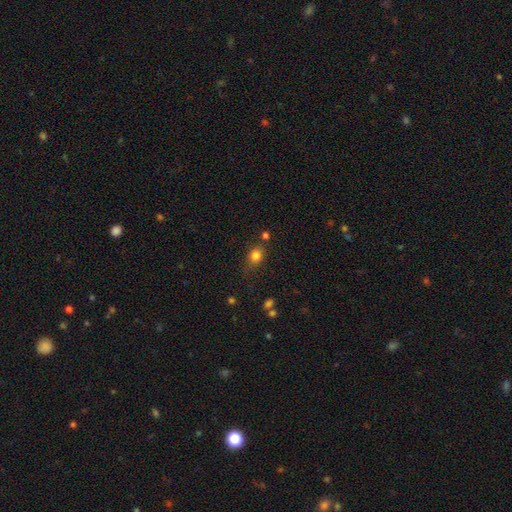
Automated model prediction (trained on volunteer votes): Smooth or featured? smooth (80%)
How rounded? round (57%)
Merging? none (65%)